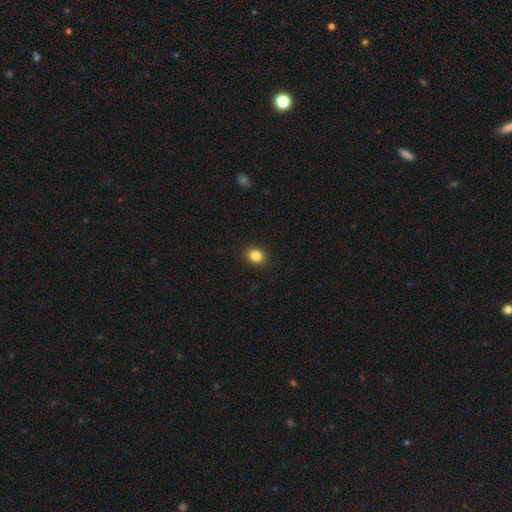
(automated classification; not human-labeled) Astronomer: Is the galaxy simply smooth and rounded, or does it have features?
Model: smooth — 85%.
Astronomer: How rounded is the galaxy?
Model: round — 57% (runner-up: in between, 42%).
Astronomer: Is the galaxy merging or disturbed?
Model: none — 91%.